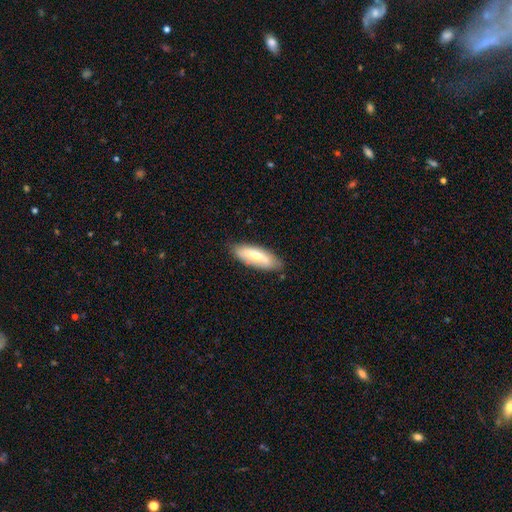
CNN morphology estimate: The model was most divided on "smooth or featured": smooth: 51%, featured or disk: 43%, star or artifact: 6%. More confident: merging — none (79%); how rounded — in between (56%).